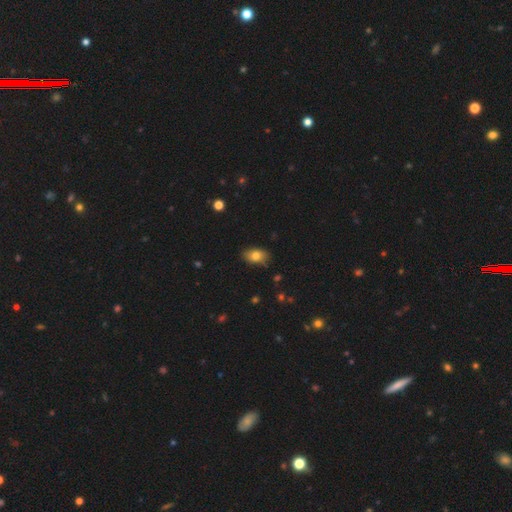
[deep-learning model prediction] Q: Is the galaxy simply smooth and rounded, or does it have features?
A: smooth — 80%.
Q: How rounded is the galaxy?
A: in between — 86%.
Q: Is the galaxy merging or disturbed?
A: none — 81%.